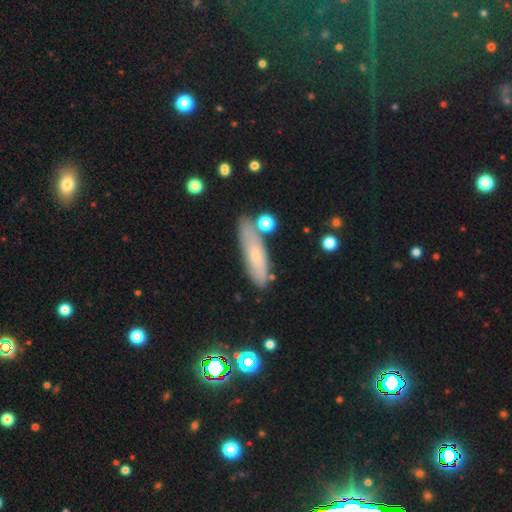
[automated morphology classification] smooth_or_featured: smooth (p=0.63) [alt: featured or disk p=0.28]
how_rounded: cigar-shaped (p=0.64) [alt: in between p=0.34]
merging: none (p=0.77) [alt: minor disturbance p=0.15]